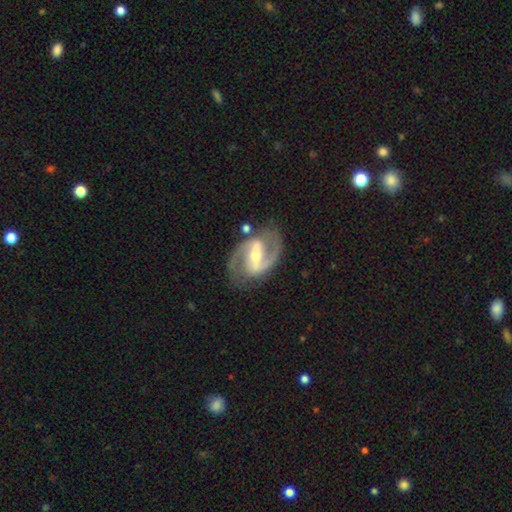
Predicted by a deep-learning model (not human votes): Q: Smooth or featured?
A: featured or disk (91%); runner-up: smooth (5%)
Q: Edge-on disk?
A: no (97%); runner-up: yes (3%)
Q: Bar?
A: strong (64%); runner-up: weak (27%)
Q: Spiral arms?
A: yes (97%); runner-up: no (3%)
Q: Spiral winding?
A: medium (62%); runner-up: tight (21%)
Q: Spiral arm count?
A: 2 (93%); runner-up: can't tell (2%)
Q: Bulge size?
A: moderate (48%); runner-up: small (45%)
Q: Merging?
A: none (78%); runner-up: minor disturbance (13%)